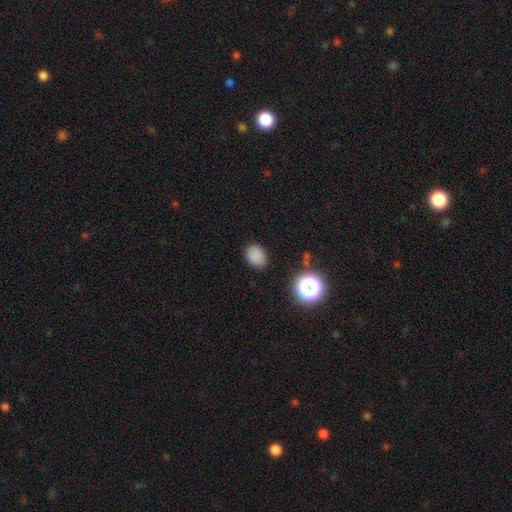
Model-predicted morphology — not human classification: Q: Smooth or featured?
A: smooth (82%); runner-up: star or artifact (13%)
Q: How rounded?
A: in between (67%); runner-up: round (32%)
Q: Merging?
A: none (85%); runner-up: minor disturbance (11%)